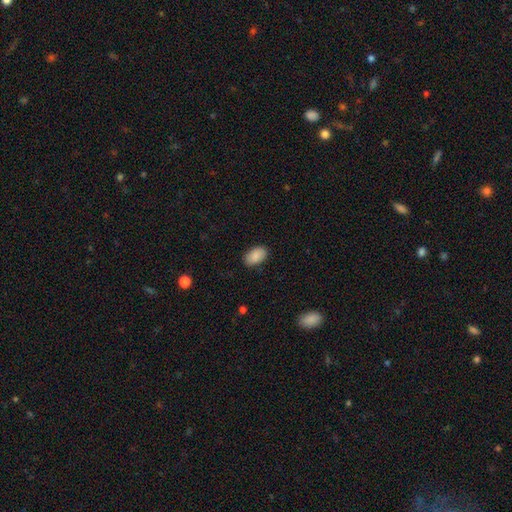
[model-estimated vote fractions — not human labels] smooth-or-featured: smooth: 88% | star or artifact: 7% | featured or disk: 5%
  how-rounded: in between: 93% | round: 6% | cigar-shaped: 1%
  merging: none: 87% | minor disturbance: 10% | major disturbance: 2% | merger: 1%